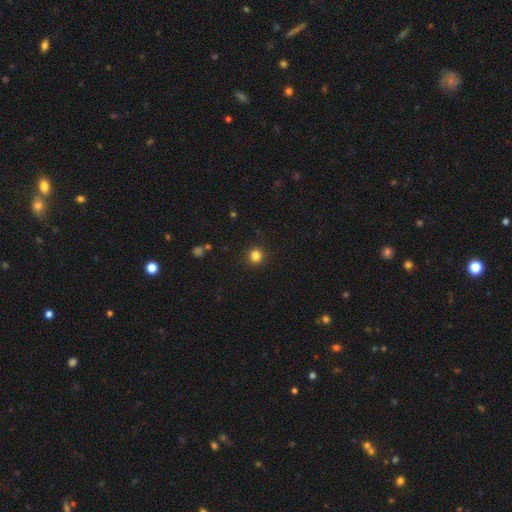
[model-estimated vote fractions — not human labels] This appears to be a smooth galaxy with no disk features (83%) that is round (92%). Merging: none (91%).